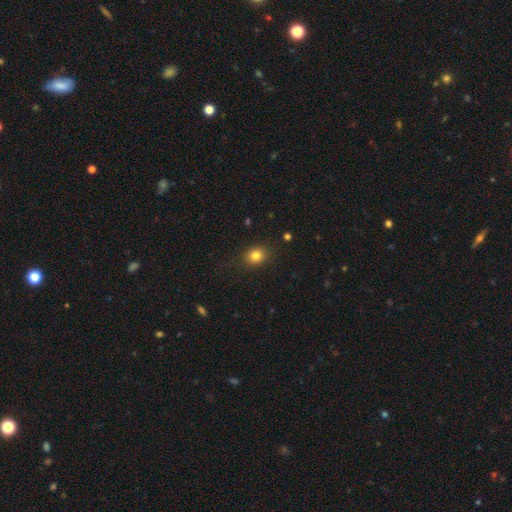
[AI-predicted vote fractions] Overall: smooth (82%). How rounded: round (61%; in between 38%). Merging: none (86%).